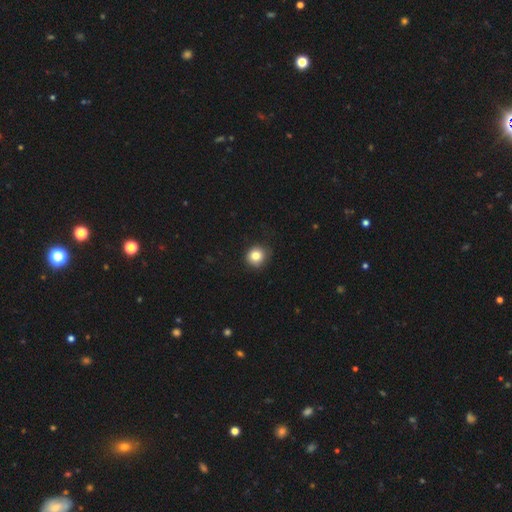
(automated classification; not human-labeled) smooth_or_featured: smooth (p=0.82) [alt: star or artifact p=0.11]
how_rounded: round (p=0.88) [alt: in between p=0.11]
merging: none (p=0.83) [alt: minor disturbance p=0.13]